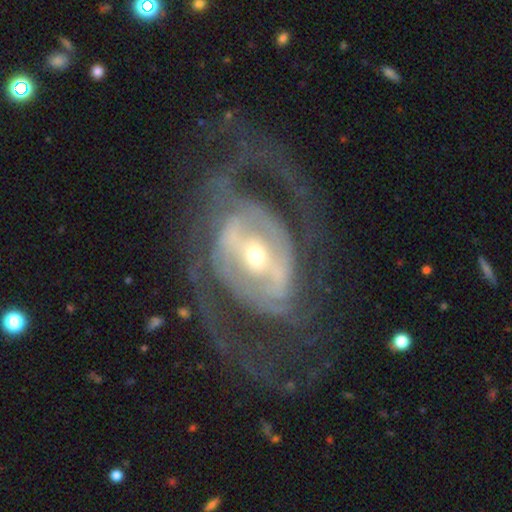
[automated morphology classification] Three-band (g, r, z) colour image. It shows a featured or disk galaxy (88%) with a strong bar (48%), 2 (64%) medium (45%) spiral arms (86%) and a small central bulge (50%). Merging: none (64%).